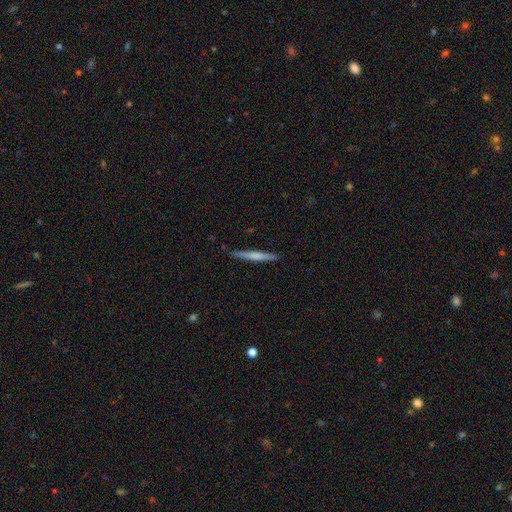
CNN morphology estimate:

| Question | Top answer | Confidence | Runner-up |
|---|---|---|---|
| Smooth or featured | smooth | 55% | featured or disk (40%) |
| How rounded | cigar-shaped | 96% | in between (2%) |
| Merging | none | 90% | minor disturbance (7%) |